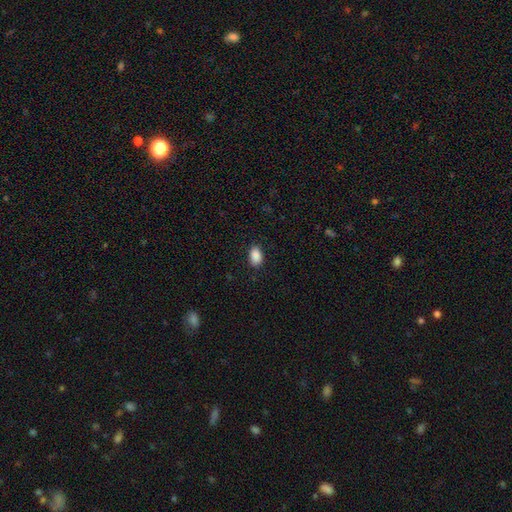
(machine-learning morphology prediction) A smooth galaxy with no disk features (89%) that is in between round and cigar-shaped (89%). Merging: none (86%).